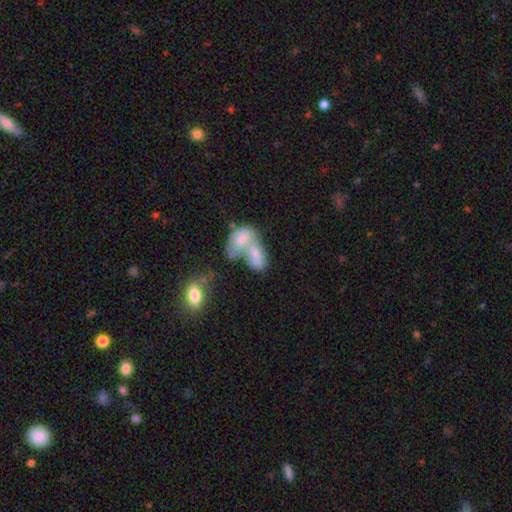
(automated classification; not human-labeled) A smooth galaxy with no disk features (66%) that is in between round and cigar-shaped (88%). Merging: merger (78%).